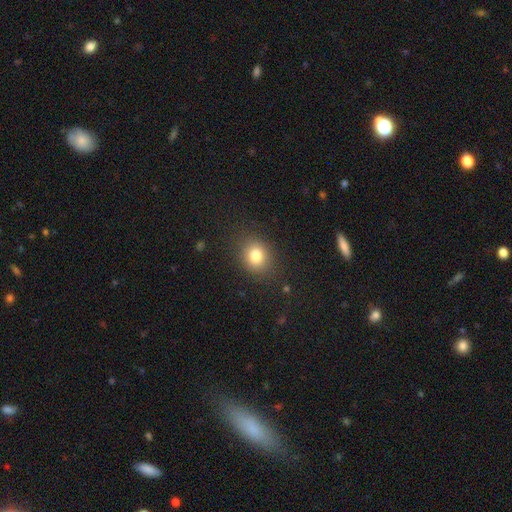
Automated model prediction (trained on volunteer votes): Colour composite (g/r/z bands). It shows a smooth galaxy with no disk features (80%) that is round (65%). Merging: none (86%).